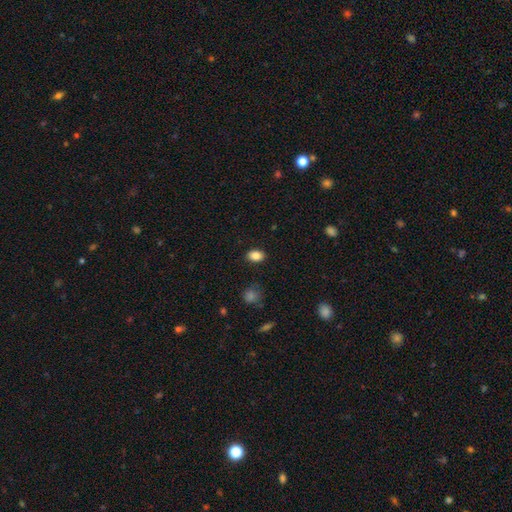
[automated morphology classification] Smooth or featured: smooth — 85% (star or artifact — 9%)
How rounded: in between — 82% (round — 17%)
Merging: none — 87% (minor disturbance — 9%)